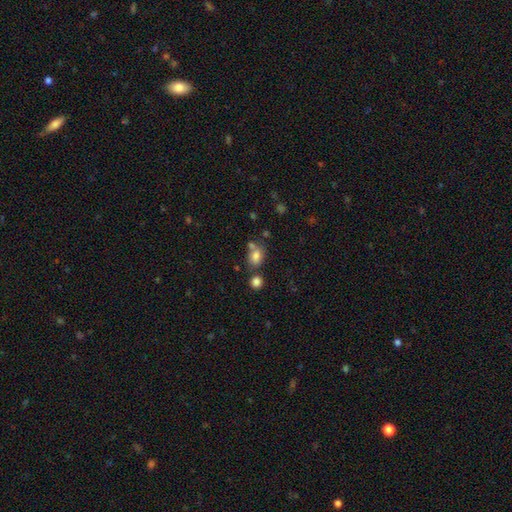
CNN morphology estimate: Smooth or featured? smooth (79%)
How rounded? in between (69%)
Merging? none (54%)